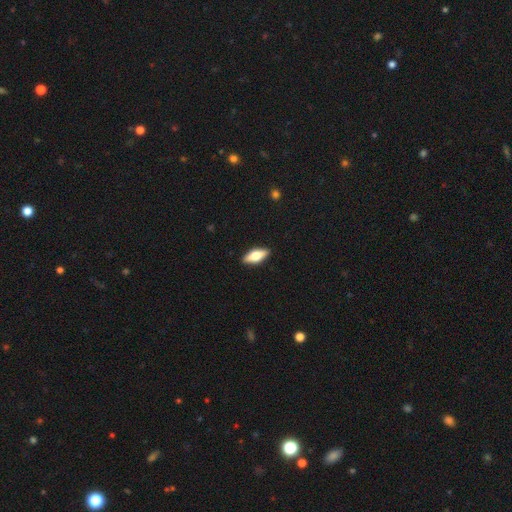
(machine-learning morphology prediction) Smooth or featured? smooth (58%)
How rounded? in between (72%)
Merging? none (90%)